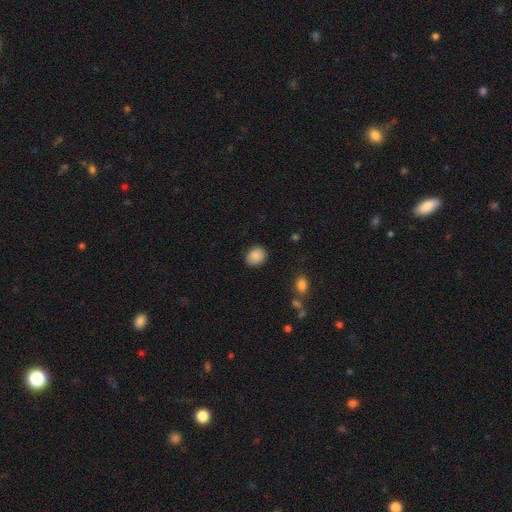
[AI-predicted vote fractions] Q: Smooth or featured?
A: smooth (88%); runner-up: star or artifact (8%)
Q: How rounded?
A: round (56%); runner-up: in between (43%)
Q: Merging?
A: none (86%); runner-up: minor disturbance (10%)